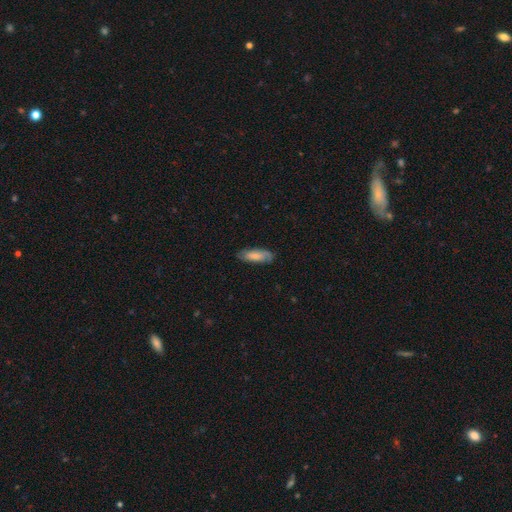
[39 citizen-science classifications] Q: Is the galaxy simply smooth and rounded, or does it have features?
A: smooth — 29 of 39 (74%).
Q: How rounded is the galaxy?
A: in between — 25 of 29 (86%).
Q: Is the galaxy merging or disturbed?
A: none — 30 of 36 (83%).